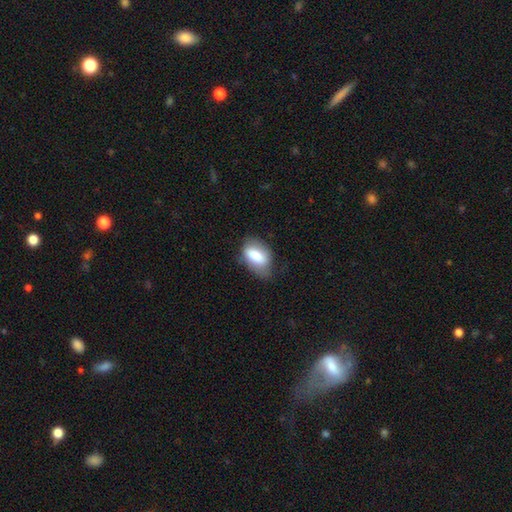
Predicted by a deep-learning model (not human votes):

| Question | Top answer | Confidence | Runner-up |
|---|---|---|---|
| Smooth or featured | smooth | 78% | featured or disk (16%) |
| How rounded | in between | 91% | round (7%) |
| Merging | none | 55% | minor disturbance (32%) |